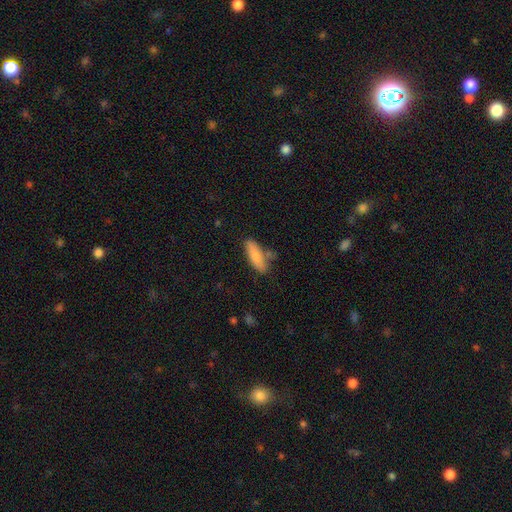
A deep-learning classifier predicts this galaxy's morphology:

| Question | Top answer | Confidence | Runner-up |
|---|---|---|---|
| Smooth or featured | smooth | 80% | featured or disk (13%) |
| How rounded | in between | 54% | cigar-shaped (44%) |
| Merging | none | 67% | minor disturbance (19%) |